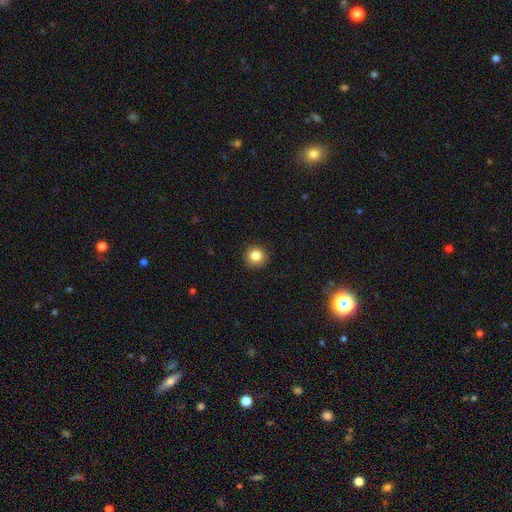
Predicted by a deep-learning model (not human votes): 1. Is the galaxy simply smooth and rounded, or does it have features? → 84% smooth, 10% star or artifact, 6% featured or disk.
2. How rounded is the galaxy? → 93% round, 6% in between, 1% cigar-shaped.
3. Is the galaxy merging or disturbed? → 91% none, 6% minor disturbance, 2% major disturbance, 1% merger.